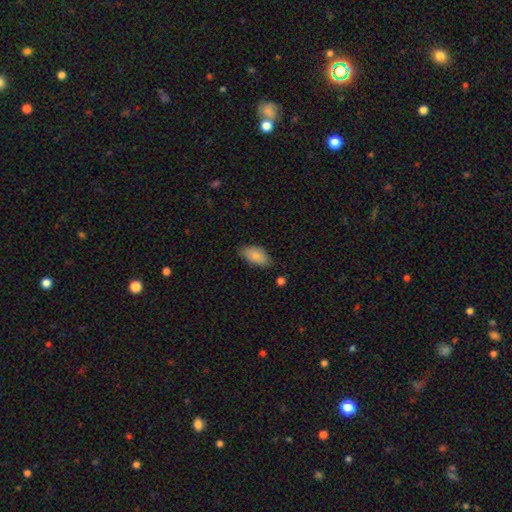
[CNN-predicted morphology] Smooth or featured? smooth (85%)
How rounded? in between (93%)
Merging? none (74%)